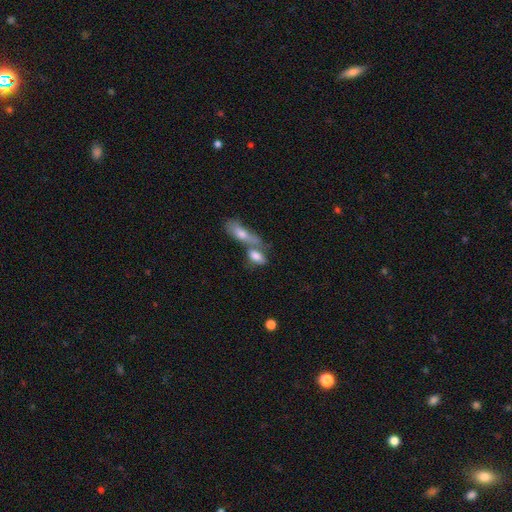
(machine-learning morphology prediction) This is likely a smooth galaxy (76%). How rounded: likely in between (80%). Merging: possibly merger (59%).